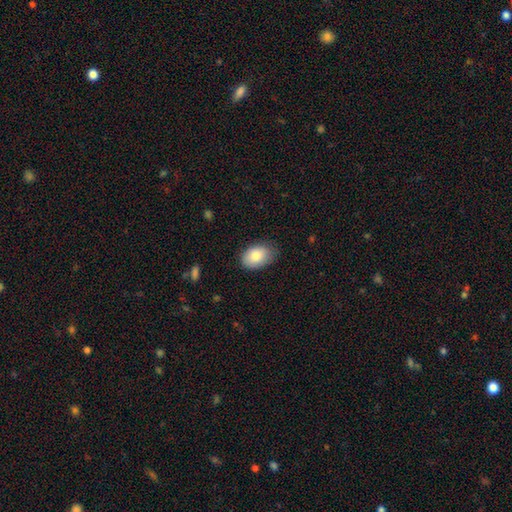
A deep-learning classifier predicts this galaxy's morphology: Smooth or featured?
  - smooth: 83% *
  - featured or disk: 10%
  - star or artifact: 7%
How rounded?
  - in between: 87% *
  - round: 12%
  - cigar-shaped: 1%
Merging?
  - none: 75% *
  - minor disturbance: 21%
  - major disturbance: 4%
  - merger: 1%